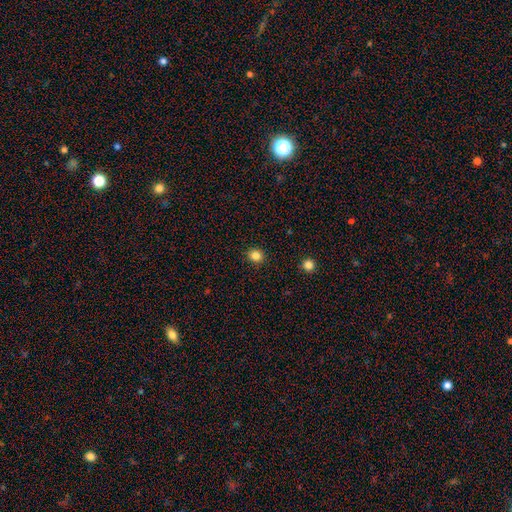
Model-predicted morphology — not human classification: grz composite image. It shows a smooth galaxy with no disk features (83%) that is round (83%). Merging: none (91%).